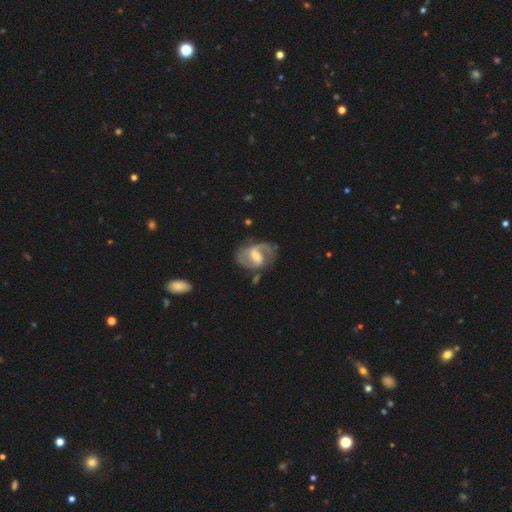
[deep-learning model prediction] A featured or disk galaxy (88%) with a weak bar (50%), 2 (89%) medium (58%) spiral arms (96%) and a moderate central bulge (51%). Merging: none (72%).